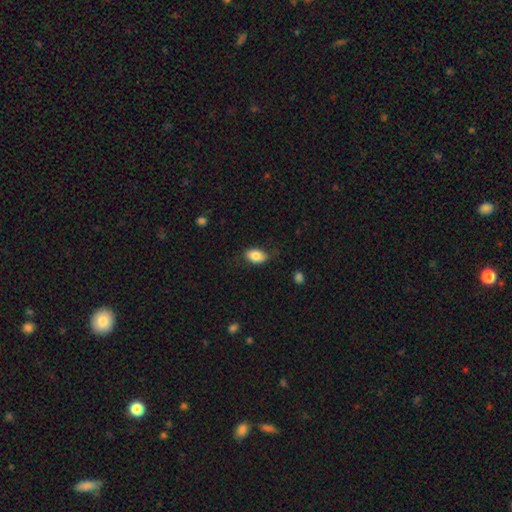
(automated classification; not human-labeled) Overall: smooth (83%). How rounded: in between (88%). Merging: none (79%).